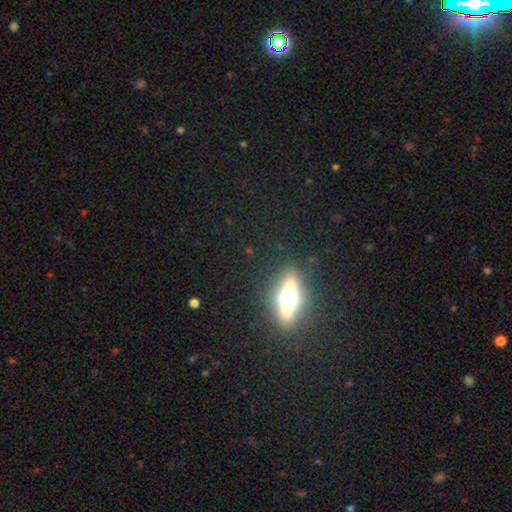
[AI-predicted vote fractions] Q: Smooth or featured?
A: featured or disk (52%); runner-up: smooth (33%)
Q: Edge-on disk?
A: yes (87%); runner-up: no (13%)
Q: Merging?
A: none (87%); runner-up: minor disturbance (8%)